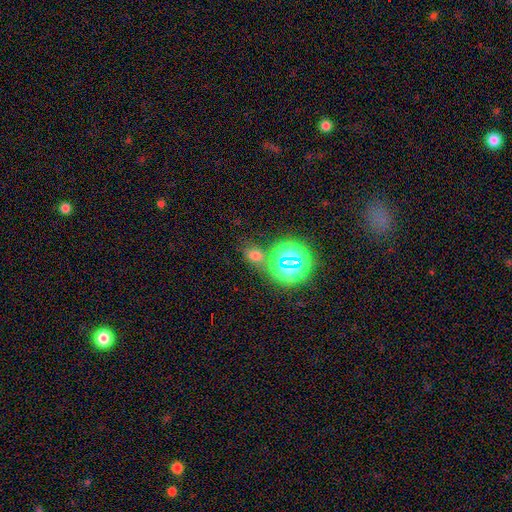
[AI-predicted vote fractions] Morphology: type=smooth (53%); roundness=in between (57%); merging=none (70%).